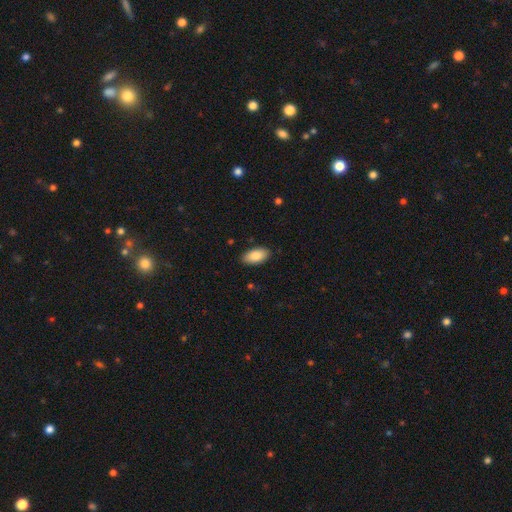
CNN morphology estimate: Smooth or featured?
  - smooth: 86% *
  - featured or disk: 7%
  - star or artifact: 6%
How rounded?
  - in between: 94% *
  - cigar-shaped: 4%
  - round: 2%
Merging?
  - none: 87% *
  - minor disturbance: 10%
  - major disturbance: 2%
  - merger: 1%